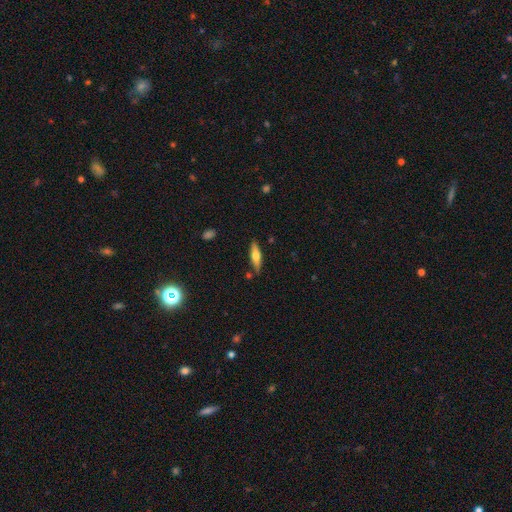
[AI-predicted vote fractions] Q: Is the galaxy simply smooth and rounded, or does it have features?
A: smooth — 53%.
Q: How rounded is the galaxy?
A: cigar-shaped — 63%.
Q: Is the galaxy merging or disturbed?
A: none — 81%.